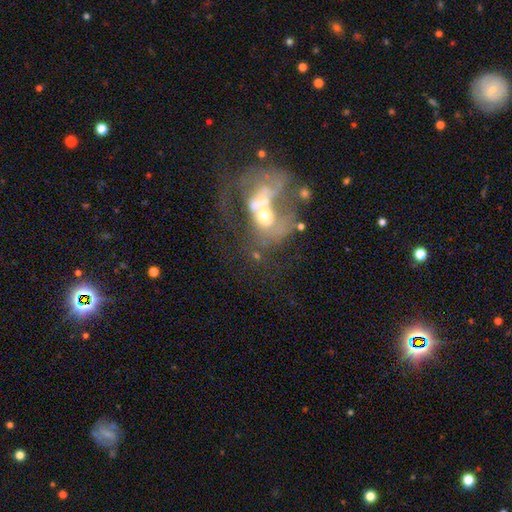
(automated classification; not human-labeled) smooth_or_featured: featured or disk (p=0.67) [alt: smooth p=0.20]
disk_edge_on: no (p=0.97) [alt: yes p=0.03]
bar: no (p=0.78) [alt: weak p=0.17]
has_spiral_arms: no (p=0.57) [alt: yes p=0.43]
bulge_size: moderate (p=0.55) [alt: small p=0.25]
merging: merger (p=0.64) [alt: major disturbance p=0.18]